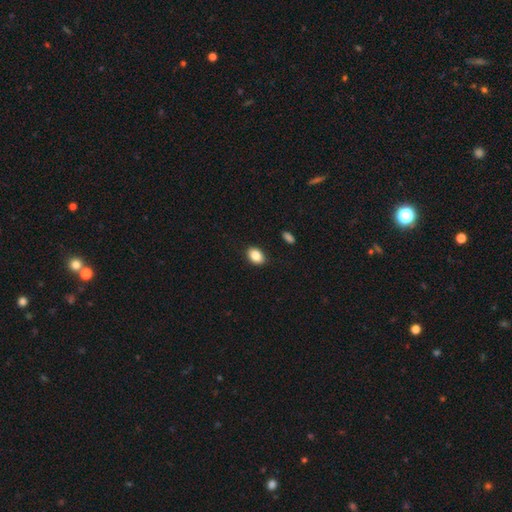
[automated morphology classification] Smooth or featured?
  - smooth: 85% *
  - star or artifact: 8%
  - featured or disk: 6%
How rounded?
  - in between: 80% *
  - round: 19%
  - cigar-shaped: 1%
Merging?
  - none: 88% *
  - minor disturbance: 9%
  - major disturbance: 2%
  - merger: 1%